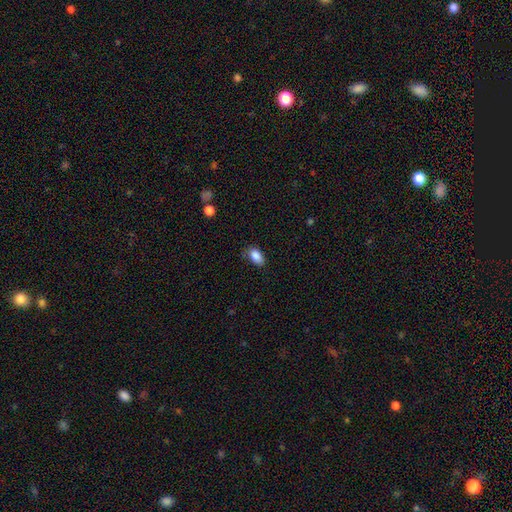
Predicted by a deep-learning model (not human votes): smooth_or_featured: smooth (p=0.87) [alt: star or artifact p=0.08]
how_rounded: in between (p=0.91) [alt: round p=0.07]
merging: none (p=0.71) [alt: minor disturbance p=0.22]